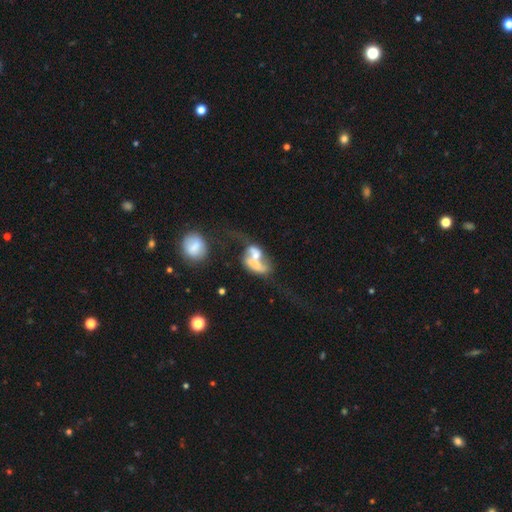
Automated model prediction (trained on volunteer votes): The model was most divided on "smooth or featured": featured or disk: 50%, smooth: 40%, star or artifact: 10%. More confident: edge-on disk — no (94%); merging — merger (61%).